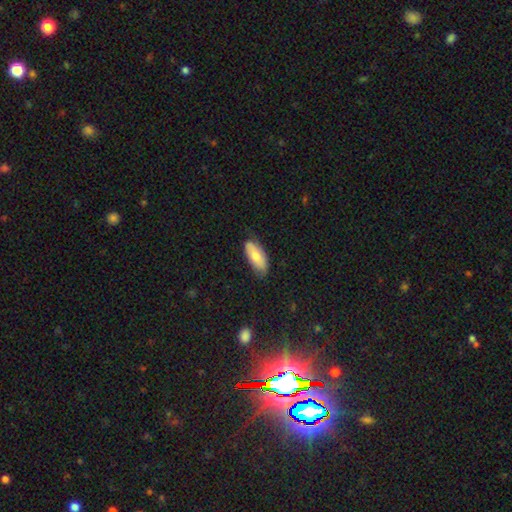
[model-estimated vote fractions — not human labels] smooth-or-featured: smooth: 76% | featured or disk: 18% | star or artifact: 6%
  how-rounded: in between: 83% | cigar-shaped: 15% | round: 2%
  merging: none: 74% | minor disturbance: 21% | major disturbance: 4% | merger: 1%